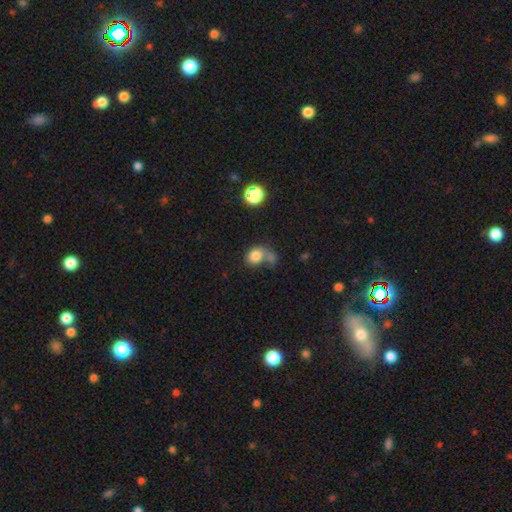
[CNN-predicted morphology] Smooth or featured? smooth (79%)
How rounded? round (60%)
Merging? merger (45%)